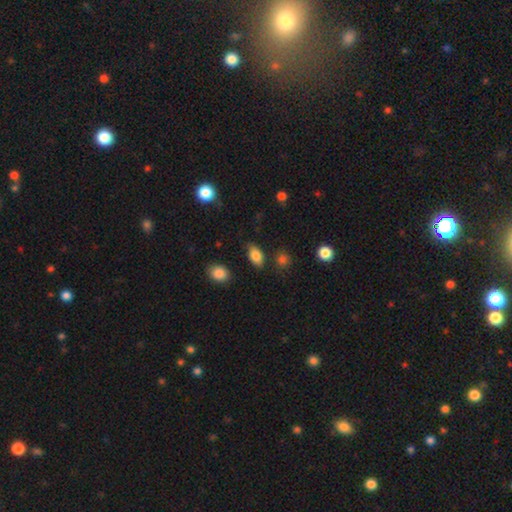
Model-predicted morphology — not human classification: smooth_or_featured: smooth (p=0.84) [alt: star or artifact p=0.08]
how_rounded: in between (p=0.89) [alt: round p=0.07]
merging: none (p=0.80) [alt: minor disturbance p=0.14]